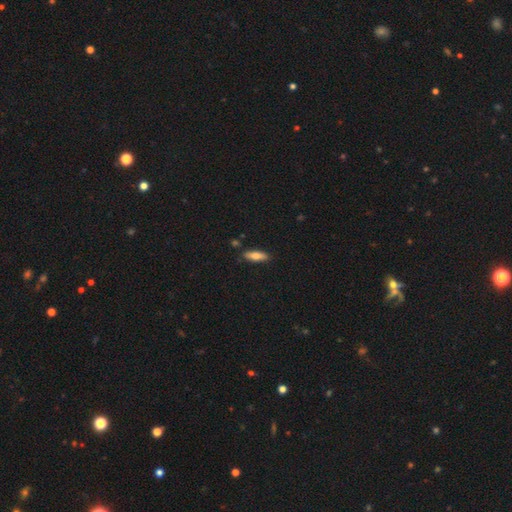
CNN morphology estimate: This appears to be a smooth galaxy with no disk features (73%) that is in between round and cigar-shaped (51%). Merging: none (84%).